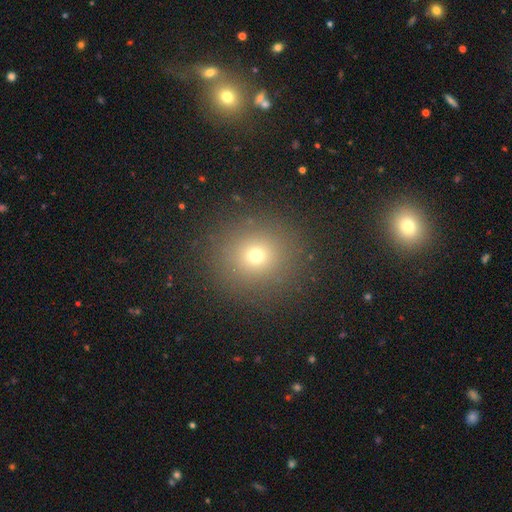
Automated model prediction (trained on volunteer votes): This is likely a smooth galaxy (68%). How rounded: clearly round (92%). Merging: clearly none (89%).